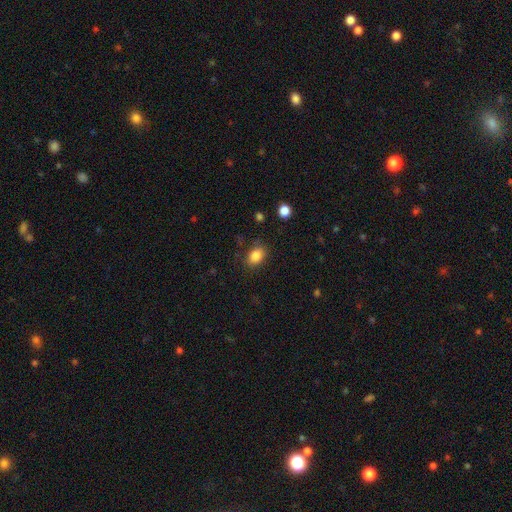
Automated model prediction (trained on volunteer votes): Overall: smooth (85%). How rounded: in between (70%). Merging: none (79%).